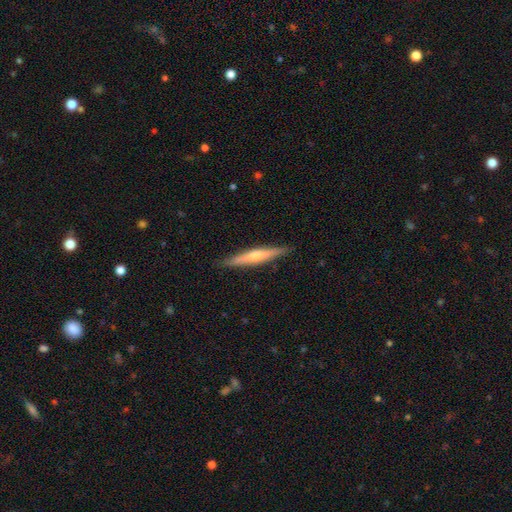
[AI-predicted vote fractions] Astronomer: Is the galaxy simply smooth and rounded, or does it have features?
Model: featured or disk — 51% (runner-up: smooth, 43%).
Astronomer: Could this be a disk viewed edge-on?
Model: yes — 95%.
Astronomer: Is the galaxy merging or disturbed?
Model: none — 89%.